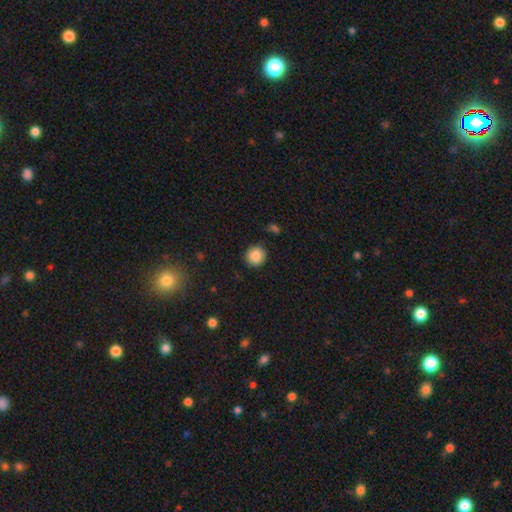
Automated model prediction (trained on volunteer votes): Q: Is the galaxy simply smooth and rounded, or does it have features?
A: smooth — 86%.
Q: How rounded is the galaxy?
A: round — 93%.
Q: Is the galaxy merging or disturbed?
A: none — 89%.